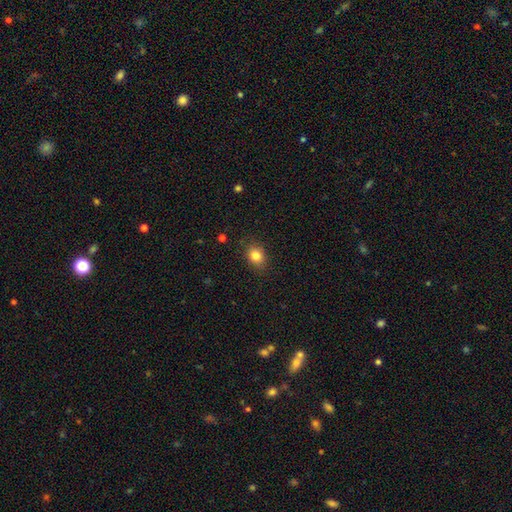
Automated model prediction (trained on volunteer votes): Smooth or featured? smooth (83%)
How rounded? in between (50%)
Merging? none (85%)